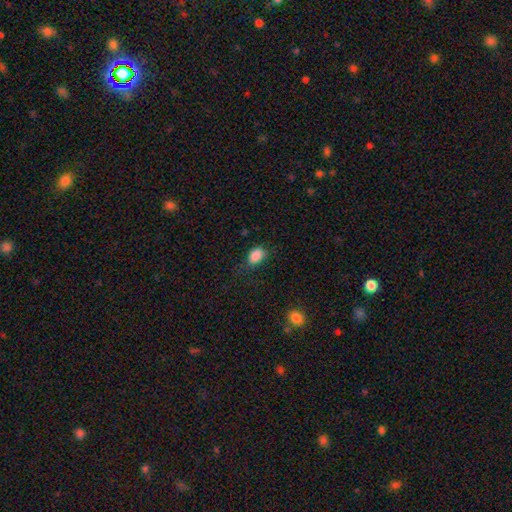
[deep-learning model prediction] Overall: smooth (87%). How rounded: in between (78%). Merging: none (67%).